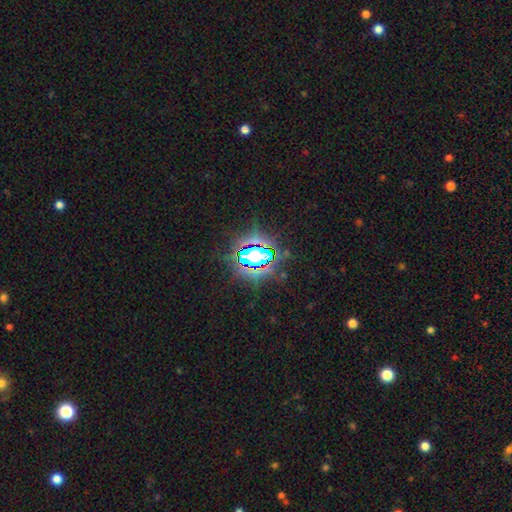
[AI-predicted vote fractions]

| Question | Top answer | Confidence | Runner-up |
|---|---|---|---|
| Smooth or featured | star or artifact | 78% | smooth (13%) |